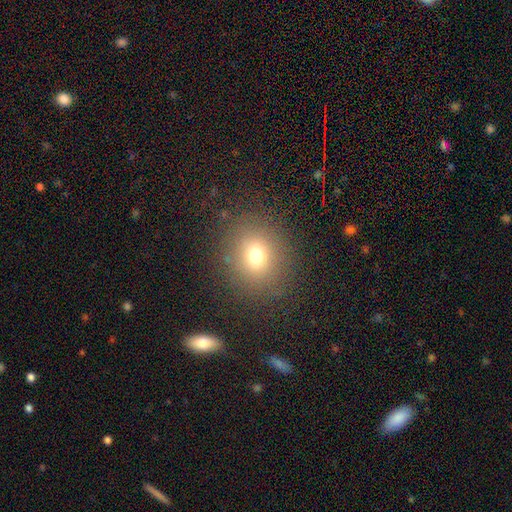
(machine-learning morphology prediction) type=smooth (72%); roundness=round (79%); merging=none (85%).